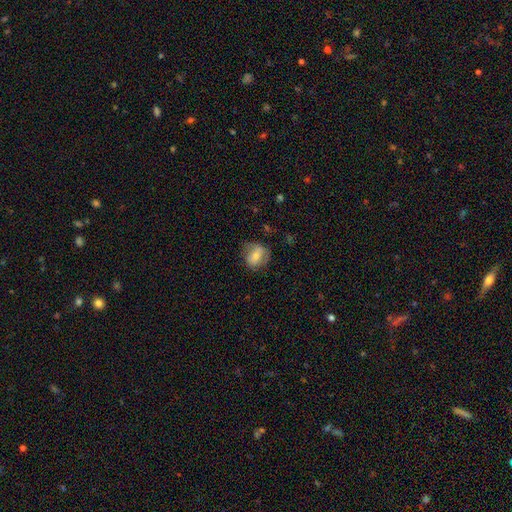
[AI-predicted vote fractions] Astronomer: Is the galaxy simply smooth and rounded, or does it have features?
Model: smooth — 57% (runner-up: featured or disk, 35%).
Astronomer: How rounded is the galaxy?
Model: round — 57% (runner-up: in between, 41%).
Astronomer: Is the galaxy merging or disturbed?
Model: none — 61%.